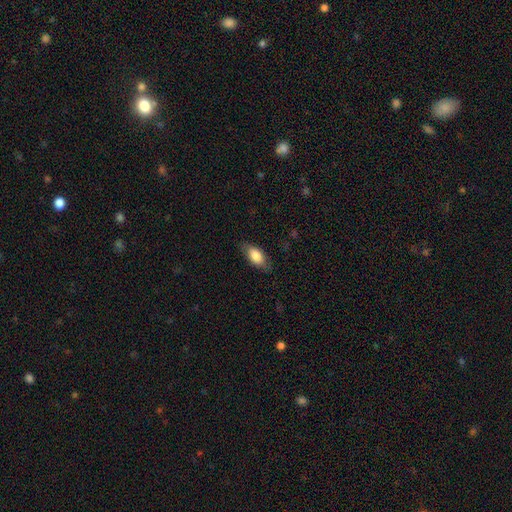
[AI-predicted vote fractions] A smooth galaxy with no disk features (80%) that is in between round and cigar-shaped (88%). Merging: none (80%).